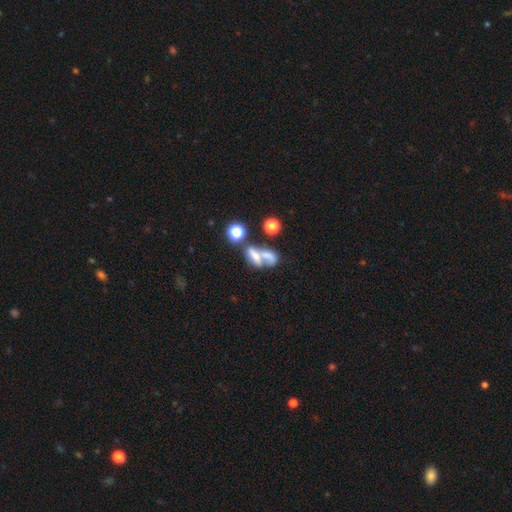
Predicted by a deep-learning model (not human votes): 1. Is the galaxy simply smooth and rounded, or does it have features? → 54% smooth, 30% featured or disk, 16% star or artifact.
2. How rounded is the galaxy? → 68% in between, 17% round, 15% cigar-shaped.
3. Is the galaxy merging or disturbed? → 58% merger, 22% none, 12% major disturbance, 9% minor disturbance.